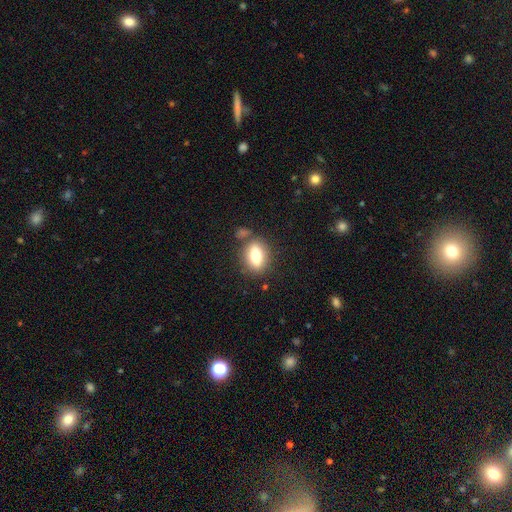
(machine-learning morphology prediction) Q: Smooth or featured?
A: smooth (67%); runner-up: featured or disk (24%)
Q: How rounded?
A: in between (70%); runner-up: round (15%)
Q: Merging?
A: none (72%); runner-up: minor disturbance (12%)